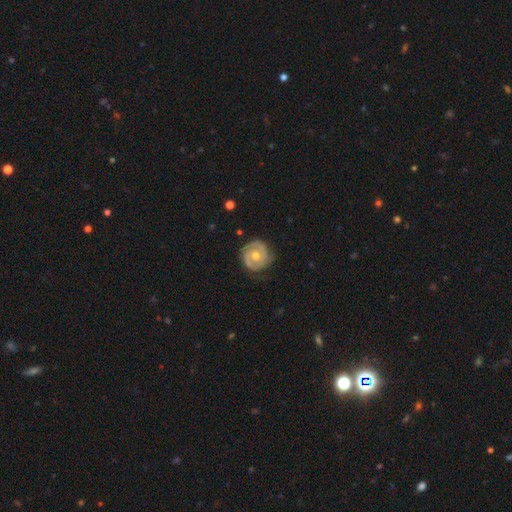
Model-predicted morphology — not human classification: A featured or disk galaxy (76%) with no bar (73%), 2 (62%) tight (62%) spiral arms (89%) and a moderate central bulge (66%). Merging: none (77%).